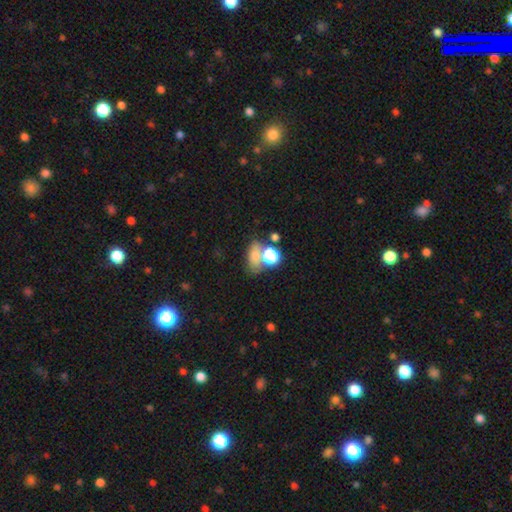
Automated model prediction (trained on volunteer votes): This is likely a smooth galaxy (68%). How rounded: likely in between (65%). Merging: marginally none (42%).